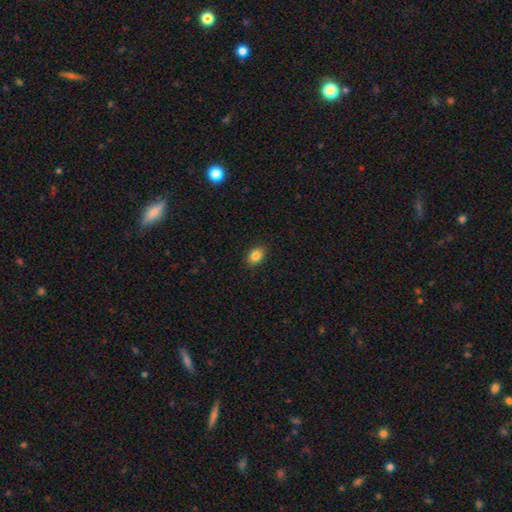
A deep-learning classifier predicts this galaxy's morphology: A smooth galaxy with no disk features (85%) that is in between round and cigar-shaped (65%). Merging: none (89%).